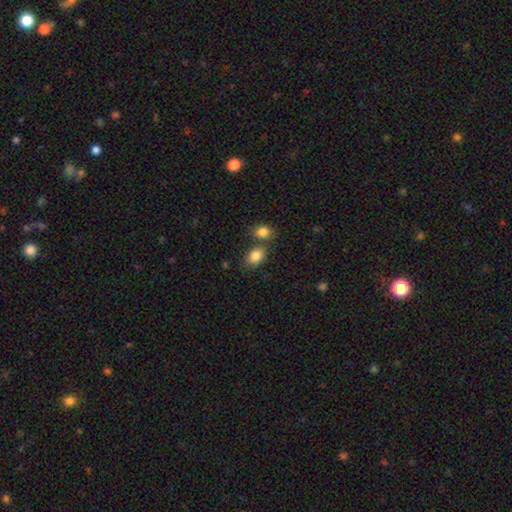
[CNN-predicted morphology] Smooth or featured? Predicted: smooth (p=0.85). How rounded? Predicted: in between (p=0.74). Merging? Predicted: none (p=0.58).